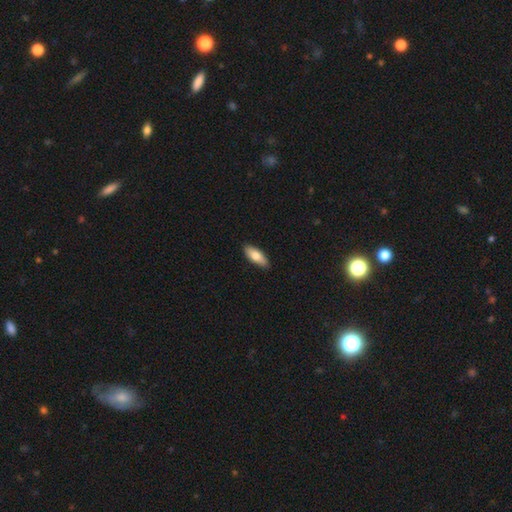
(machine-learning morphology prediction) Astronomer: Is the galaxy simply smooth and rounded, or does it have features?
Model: smooth — 76%.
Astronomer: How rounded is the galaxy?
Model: in between — 72%.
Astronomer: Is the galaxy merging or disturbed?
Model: none — 88%.